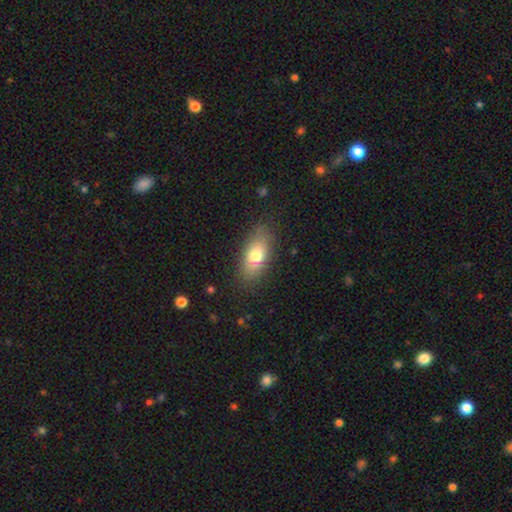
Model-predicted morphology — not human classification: This appears to be a smooth galaxy with no disk features (72%) that is in between round and cigar-shaped (84%). Merging: none (81%).